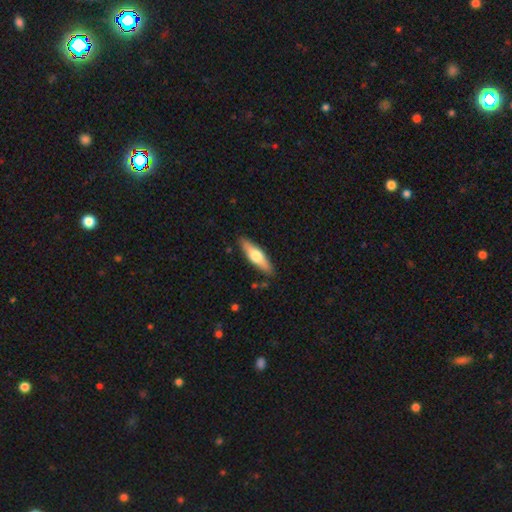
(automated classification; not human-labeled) smooth 50%, featured or disk 45%, star or artifact 5%. Down the decision tree: merging — none (87%).